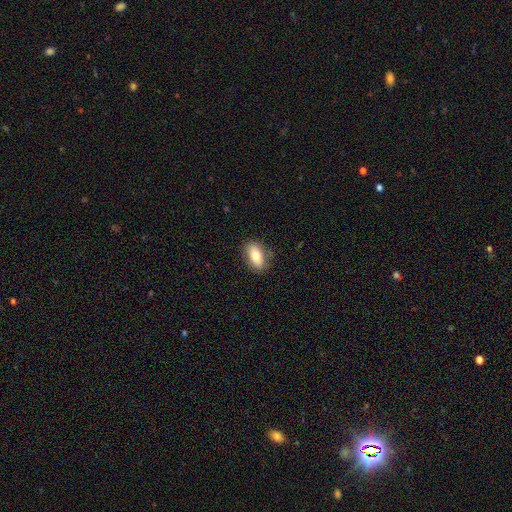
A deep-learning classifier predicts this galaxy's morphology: The model was most divided on "smooth or featured": smooth: 77%, featured or disk: 16%, star or artifact: 7%. More confident: how rounded — in between (88%); merging — none (84%).